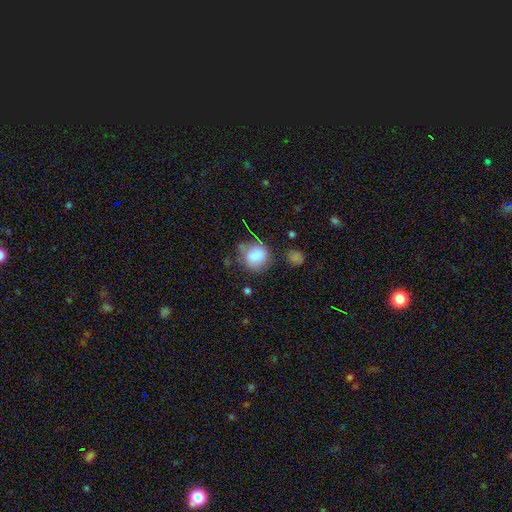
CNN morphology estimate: smooth_or_featured: smooth (p=0.80) [alt: featured or disk p=0.11]
how_rounded: round (p=0.75) [alt: in between p=0.24]
merging: none (p=0.56) [alt: minor disturbance p=0.26]